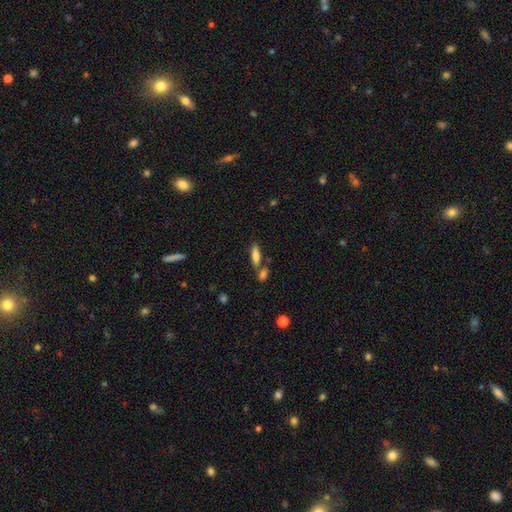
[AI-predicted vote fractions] Q: Smooth or featured?
A: smooth (78%); runner-up: featured or disk (14%)
Q: How rounded?
A: in between (54%); runner-up: cigar-shaped (43%)
Q: Merging?
A: none (62%); runner-up: merger (24%)